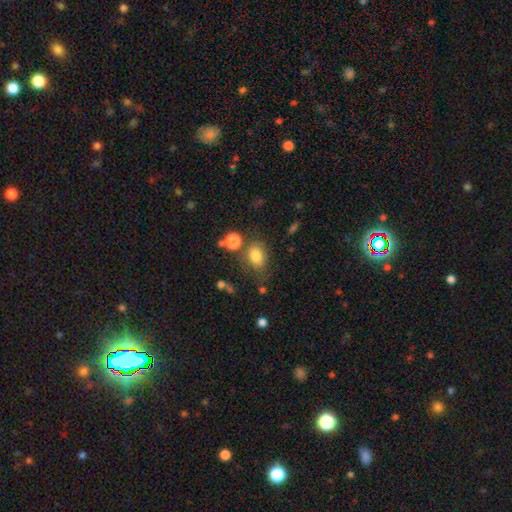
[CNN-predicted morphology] smooth_or_featured: smooth (p=0.80) [alt: star or artifact p=0.11]
how_rounded: in between (p=0.71) [alt: round p=0.28]
merging: none (p=0.63) [alt: minor disturbance p=0.20]